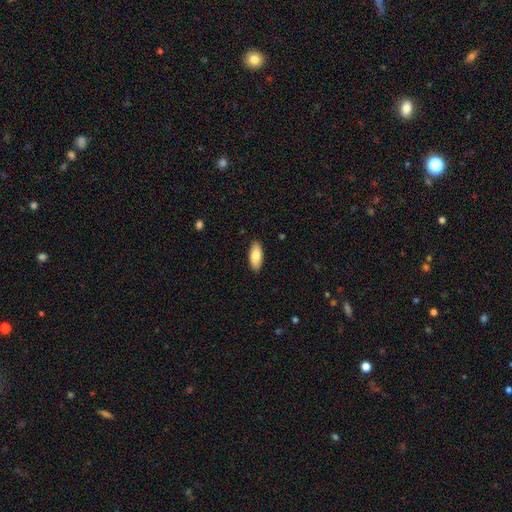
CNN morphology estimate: type=smooth (80%); roundness=in between (84%); merging=none (89%).